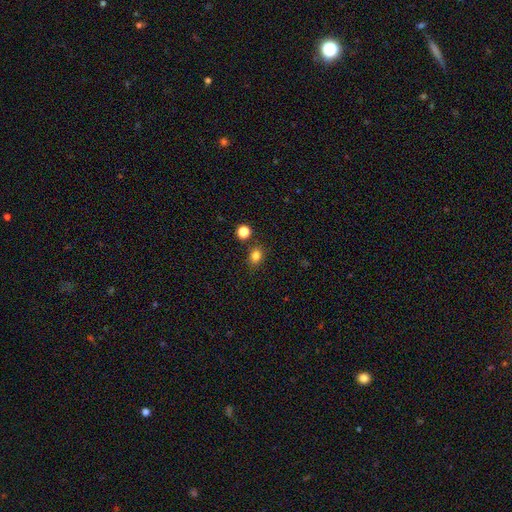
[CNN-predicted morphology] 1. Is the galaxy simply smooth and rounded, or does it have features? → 81% smooth, 13% star or artifact, 5% featured or disk.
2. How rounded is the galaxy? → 51% round, 48% in between, 1% cigar-shaped.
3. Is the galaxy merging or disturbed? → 80% none, 11% minor disturbance, 6% merger, 3% major disturbance.